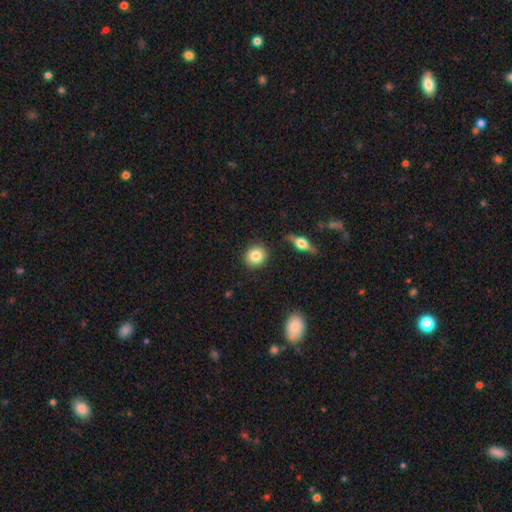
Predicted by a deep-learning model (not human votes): Overall: smooth (83%). How rounded: round (84%). Merging: none (88%).